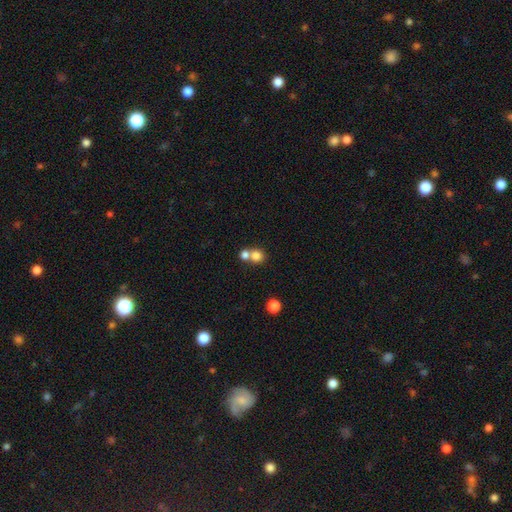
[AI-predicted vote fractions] A smooth galaxy with no disk features (79%) that is round (82%). Merging: merger (52%).